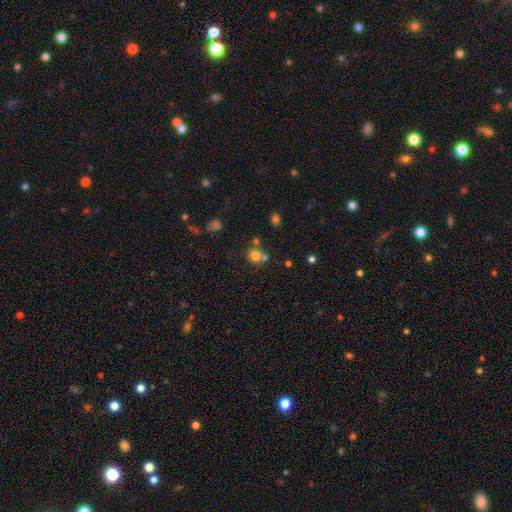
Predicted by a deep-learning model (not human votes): Smooth or featured? Predicted: smooth (p=0.75). How rounded? Predicted: round (p=0.86). Merging? Predicted: none (p=0.54).